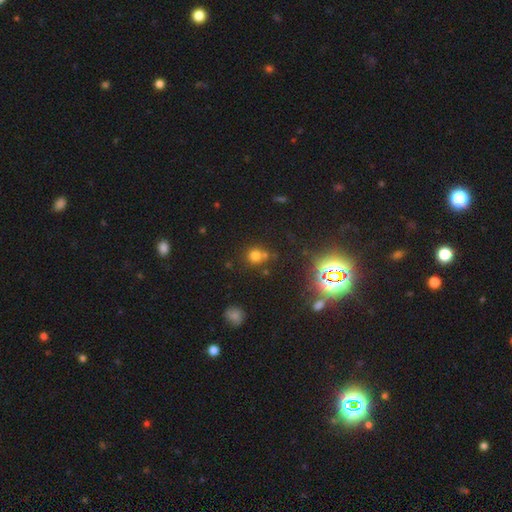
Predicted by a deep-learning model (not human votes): smooth 67%, star or artifact 24%, featured or disk 9%. Down the decision tree: how rounded — round (88%); merging — none (60%).